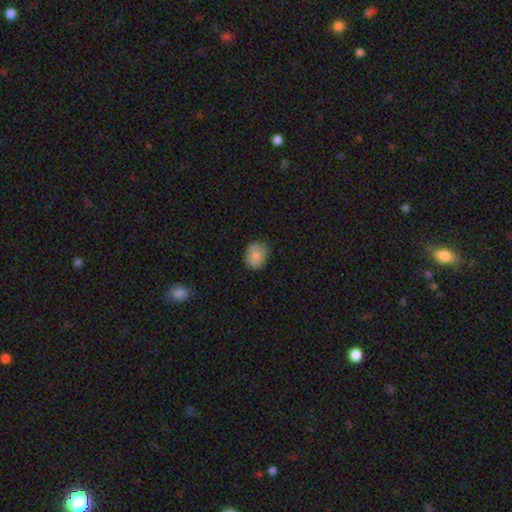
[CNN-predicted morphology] smooth 83%, featured or disk 9%, star or artifact 8%. Down the decision tree: how rounded — round (59%); merging — none (76%).